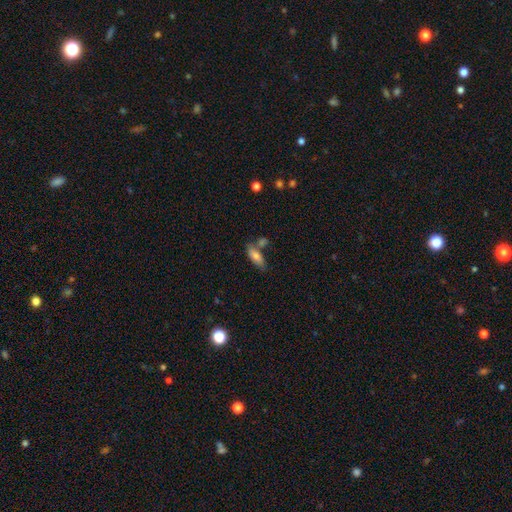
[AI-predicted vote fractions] Q: Smooth or featured?
A: smooth (76%); runner-up: featured or disk (16%)
Q: How rounded?
A: in between (74%); runner-up: cigar-shaped (23%)
Q: Merging?
A: none (59%); runner-up: merger (20%)